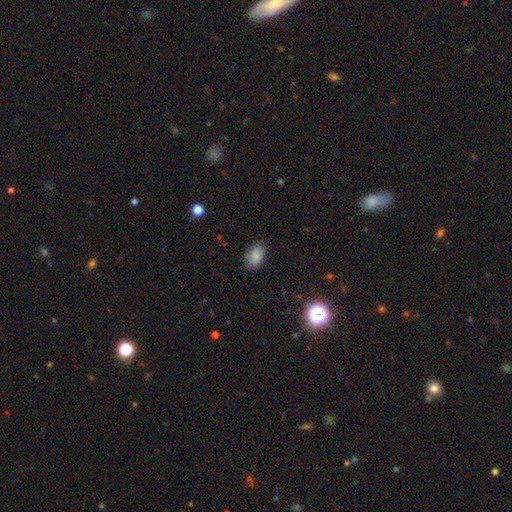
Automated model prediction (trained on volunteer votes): Smooth or featured: smooth — 85% (star or artifact — 9%)
How rounded: in between — 88% (round — 11%)
Merging: none — 78% (minor disturbance — 17%)